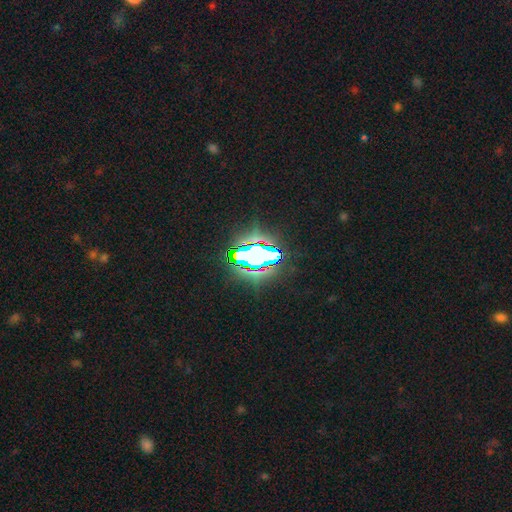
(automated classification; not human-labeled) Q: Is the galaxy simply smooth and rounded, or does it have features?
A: star or artifact — 66%.